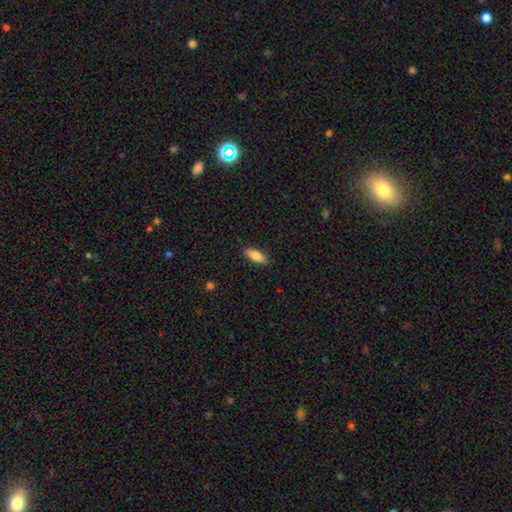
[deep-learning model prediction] Smooth or featured? Predicted: smooth (p=0.83). How rounded? Predicted: in between (p=0.80). Merging? Predicted: none (p=0.88).